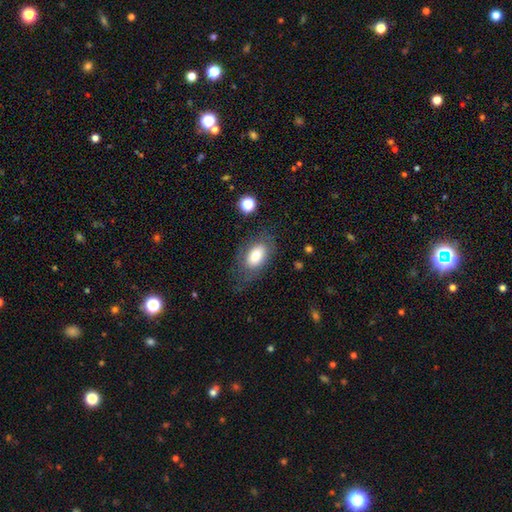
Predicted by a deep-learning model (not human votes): Overall: smooth (77%). How rounded: in between (90%). Merging: none (65%).